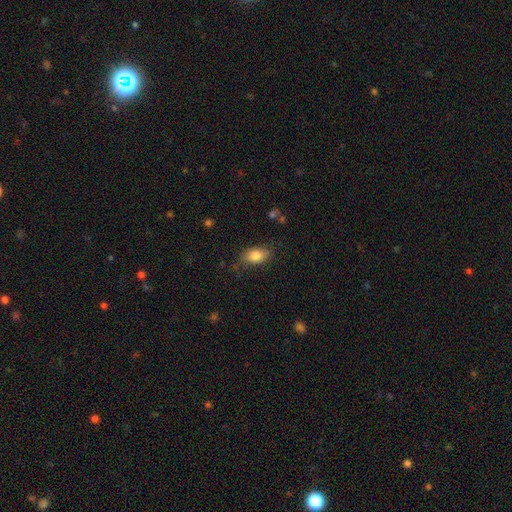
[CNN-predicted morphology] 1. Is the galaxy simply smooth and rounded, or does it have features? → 83% smooth, 9% featured or disk, 8% star or artifact.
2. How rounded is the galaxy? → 89% in between, 8% round, 3% cigar-shaped.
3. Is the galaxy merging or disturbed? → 77% none, 17% minor disturbance, 5% major disturbance, 2% merger.